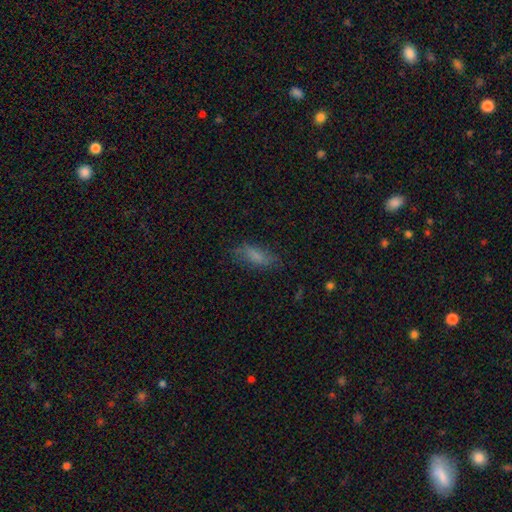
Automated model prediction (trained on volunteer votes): Q: Smooth or featured?
A: smooth (72%); runner-up: featured or disk (19%)
Q: How rounded?
A: in between (67%); runner-up: cigar-shaped (30%)
Q: Merging?
A: none (67%); runner-up: minor disturbance (23%)